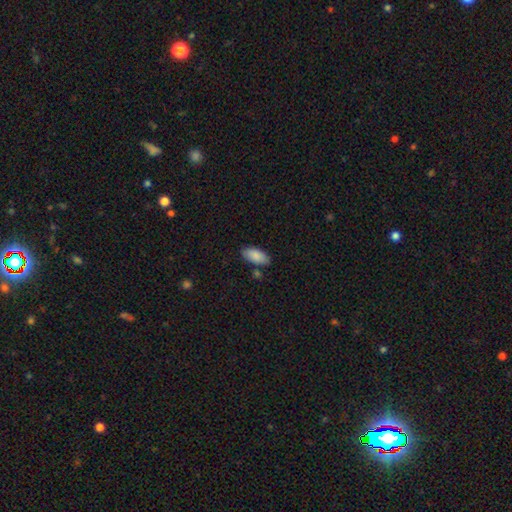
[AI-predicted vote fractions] Smooth or featured?
  - smooth: 87% *
  - star or artifact: 6%
  - featured or disk: 6%
How rounded?
  - in between: 90% *
  - cigar-shaped: 9%
  - round: 2%
Merging?
  - none: 77% *
  - minor disturbance: 14%
  - merger: 5%
  - major disturbance: 3%